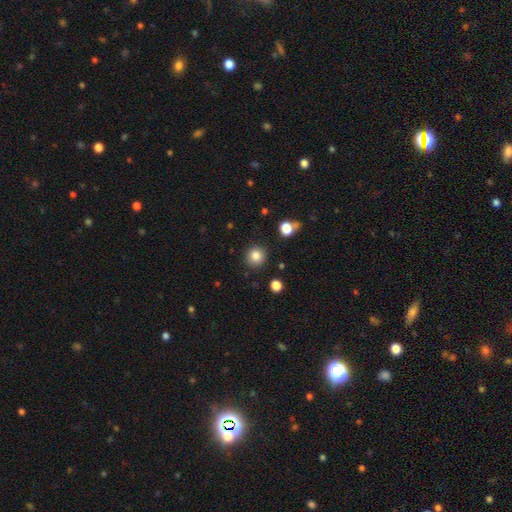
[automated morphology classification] A smooth galaxy with no disk features (83%) that is round (92%). Merging: none (89%).